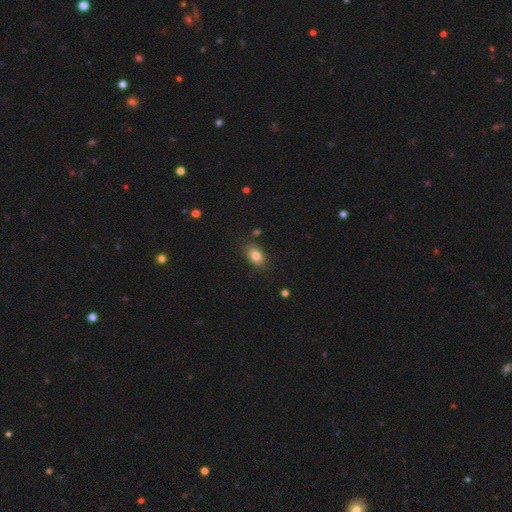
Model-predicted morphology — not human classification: type=smooth (81%); roundness=in between (84%); merging=none (82%).